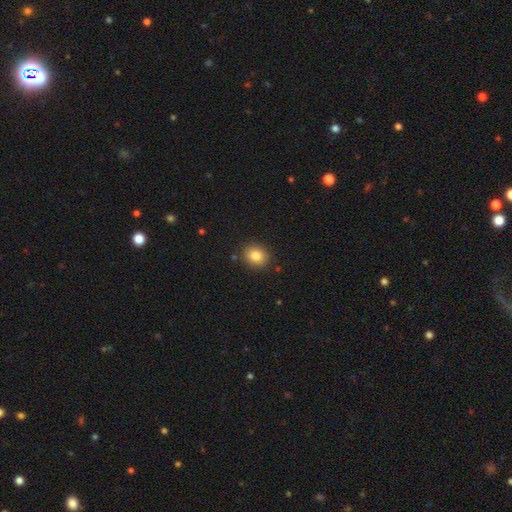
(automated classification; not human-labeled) Q: Smooth or featured?
A: smooth (84%); runner-up: star or artifact (10%)
Q: How rounded?
A: round (68%); runner-up: in between (31%)
Q: Merging?
A: none (87%); runner-up: minor disturbance (8%)